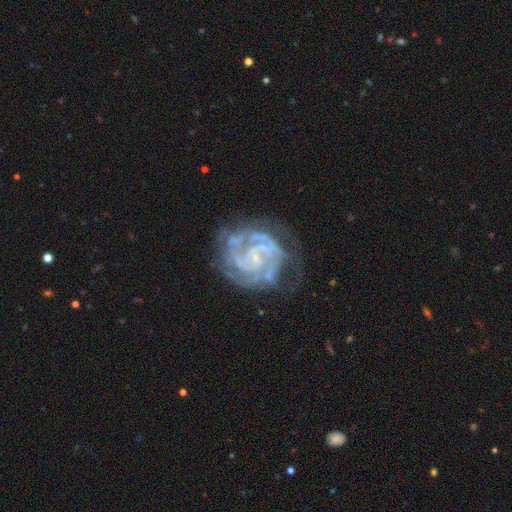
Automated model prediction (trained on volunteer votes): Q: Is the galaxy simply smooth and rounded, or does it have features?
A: featured or disk — 89%.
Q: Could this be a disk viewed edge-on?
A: no — 98%.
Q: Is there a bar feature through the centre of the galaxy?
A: no — 48%.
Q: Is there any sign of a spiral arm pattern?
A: yes — 96%.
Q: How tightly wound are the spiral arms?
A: tight — 70%.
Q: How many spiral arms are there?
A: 2 — 32%.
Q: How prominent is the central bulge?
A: small — 66%.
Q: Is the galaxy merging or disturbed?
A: none — 63%.